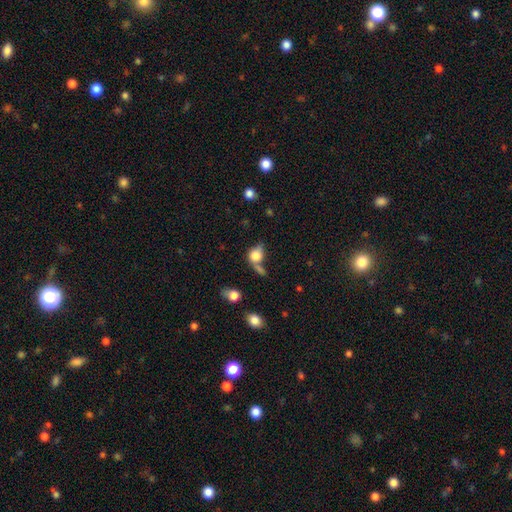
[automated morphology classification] Smooth or featured?
  - smooth: 74% *
  - featured or disk: 15%
  - star or artifact: 11%
How rounded?
  - round: 56% *
  - in between: 41%
  - cigar-shaped: 3%
Merging?
  - none: 35% *
  - merger: 31%
  - minor disturbance: 19%
  - major disturbance: 16%